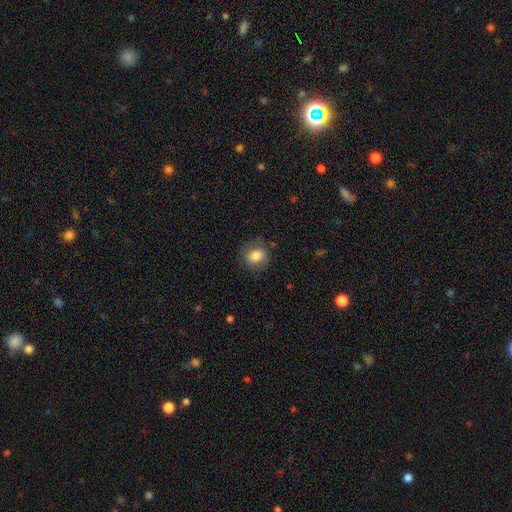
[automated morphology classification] Smooth or featured? smooth (78%)
How rounded? round (63%)
Merging? none (77%)